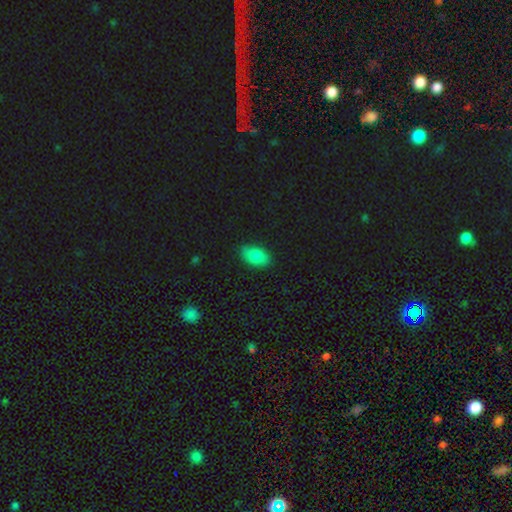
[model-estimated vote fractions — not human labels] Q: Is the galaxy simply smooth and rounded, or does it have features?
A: smooth — 83%.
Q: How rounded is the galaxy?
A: in between — 92%.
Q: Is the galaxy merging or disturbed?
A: none — 85%.